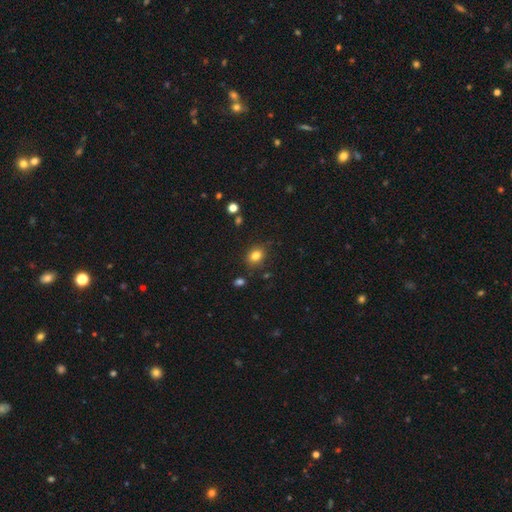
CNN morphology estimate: The model was most divided on "how rounded": round: 50%, in between: 49%, cigar-shaped: 1%. More confident: smooth or featured — smooth (81%); merging — none (79%).